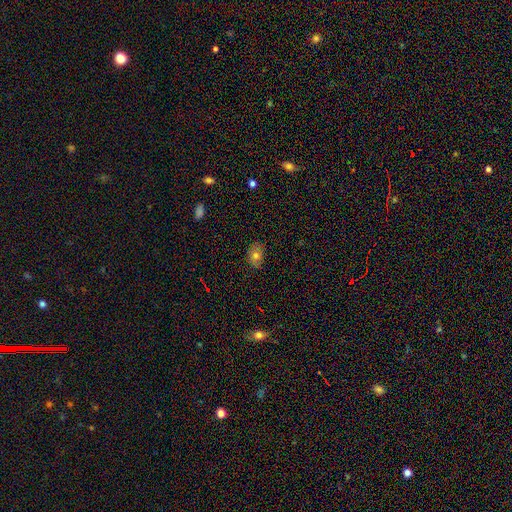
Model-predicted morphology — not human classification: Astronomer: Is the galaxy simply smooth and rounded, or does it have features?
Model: smooth — 74%.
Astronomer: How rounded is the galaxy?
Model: in between — 75%.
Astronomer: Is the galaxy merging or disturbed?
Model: none — 79%.